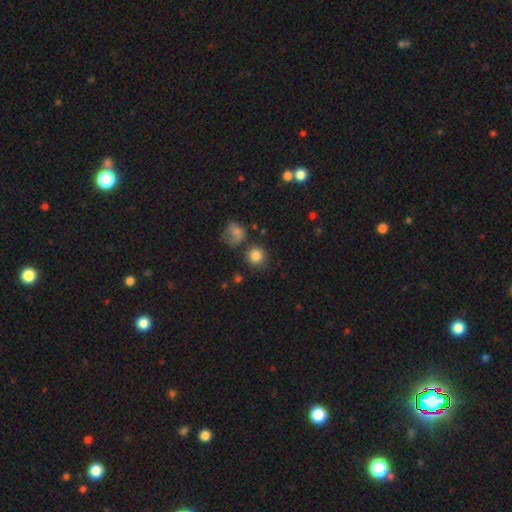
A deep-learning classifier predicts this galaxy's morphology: smooth_or_featured: smooth (p=0.83) [alt: star or artifact p=0.10]
how_rounded: round (p=0.91) [alt: in between p=0.08]
merging: none (p=0.76) [alt: minor disturbance p=0.11]